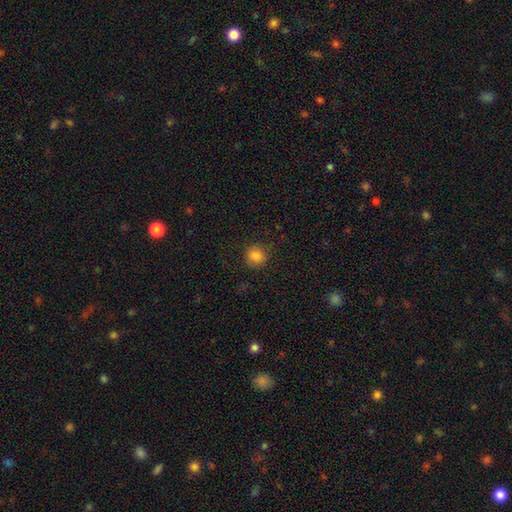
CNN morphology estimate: Smooth or featured? Predicted: smooth (p=0.84). How rounded? Predicted: round (p=0.91). Merging? Predicted: none (p=0.87).